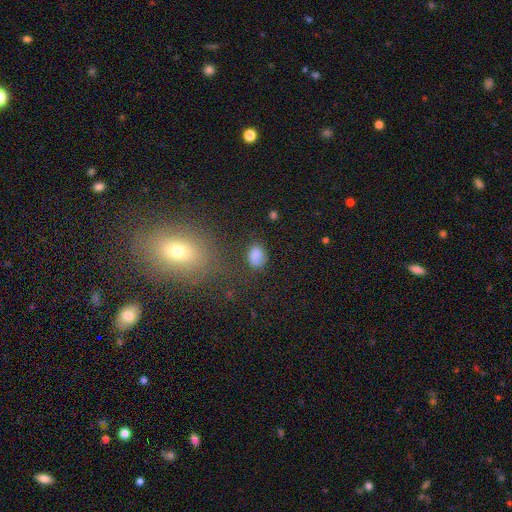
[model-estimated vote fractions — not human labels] A smooth galaxy with no disk features (80%) that is in between round and cigar-shaped (65%). Merging: none (66%).